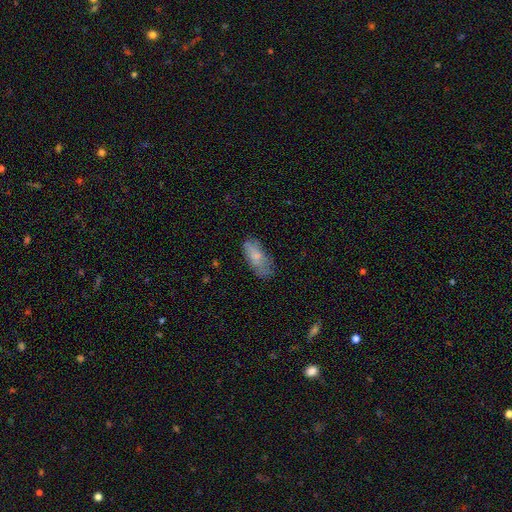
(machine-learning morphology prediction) This appears to be a smooth galaxy with no disk features (72%) that is in between round and cigar-shaped (87%). Merging: none (61%).